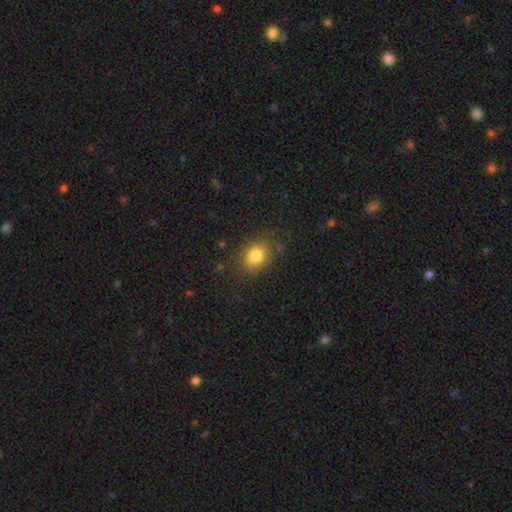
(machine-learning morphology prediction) Overall: smooth (81%). How rounded: in between (57%; round 42%). Merging: none (77%).